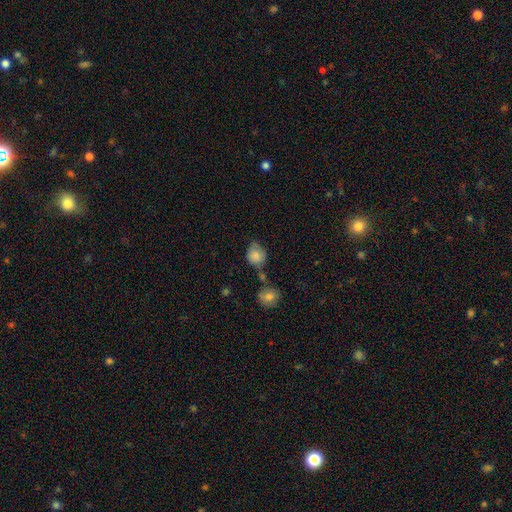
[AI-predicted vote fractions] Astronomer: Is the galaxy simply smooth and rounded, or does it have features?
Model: smooth — 81%.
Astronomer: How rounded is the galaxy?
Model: round — 68%.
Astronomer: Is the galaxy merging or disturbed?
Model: none — 47% (runner-up: minor disturbance, 30%).